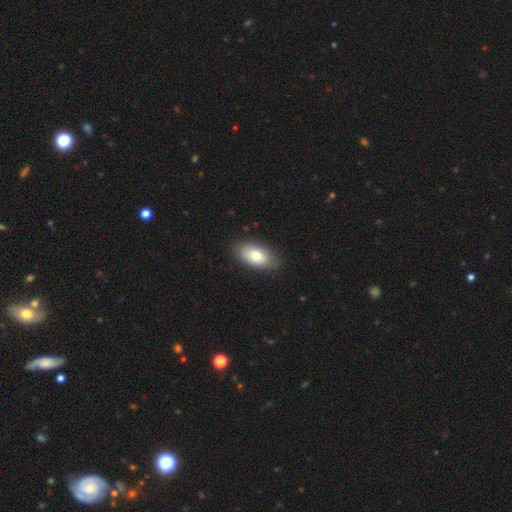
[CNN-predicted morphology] type=smooth (76%); roundness=in between (93%); merging=none (85%).